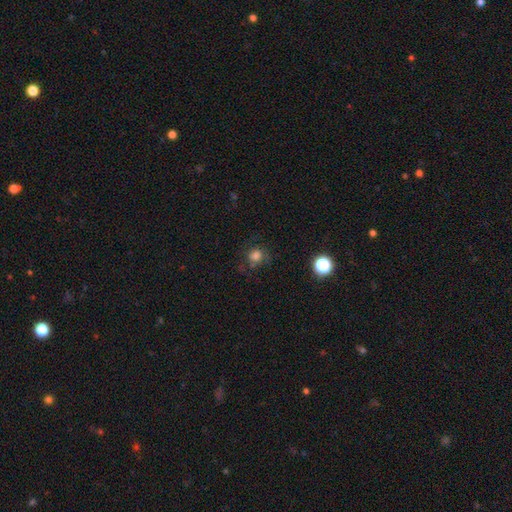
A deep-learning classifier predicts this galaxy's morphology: Smooth or featured? smooth (69%)
How rounded? round (83%)
Merging? none (62%)